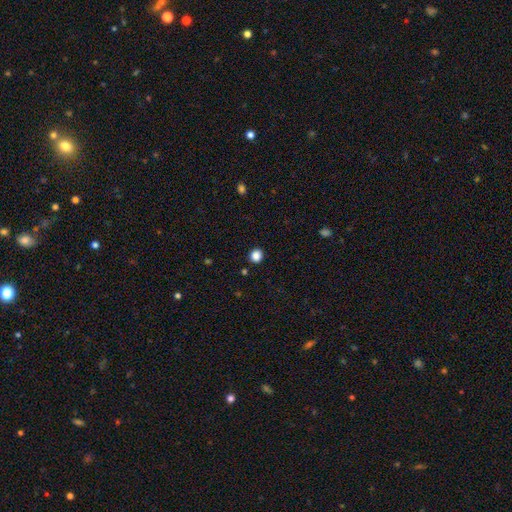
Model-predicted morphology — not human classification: smooth-or-featured: smooth: 86% | star or artifact: 11% | featured or disk: 3%
  how-rounded: round: 86% | in between: 13% | cigar-shaped: 1%
  merging: none: 92% | minor disturbance: 5% | major disturbance: 2% | merger: 1%